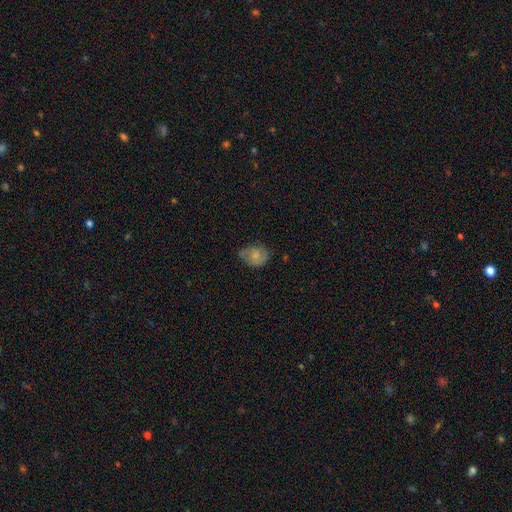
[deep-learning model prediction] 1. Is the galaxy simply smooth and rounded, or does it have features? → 65% smooth, 27% featured or disk, 8% star or artifact.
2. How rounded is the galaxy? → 63% in between, 36% round, 1% cigar-shaped.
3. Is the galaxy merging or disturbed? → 46% none, 39% minor disturbance, 14% major disturbance, 2% merger.